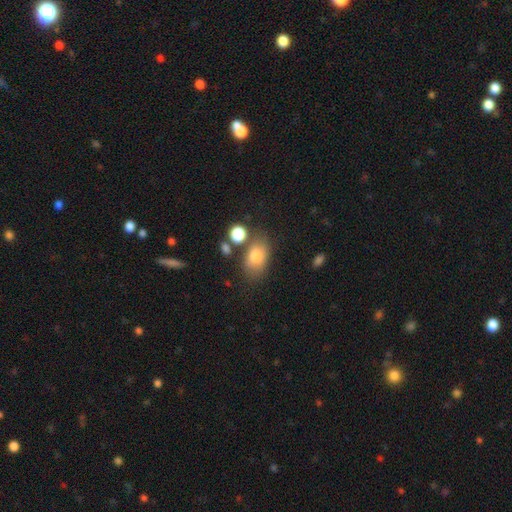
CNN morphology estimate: Q: Smooth or featured?
A: smooth (78%); runner-up: featured or disk (13%)
Q: How rounded?
A: in between (84%); runner-up: round (15%)
Q: Merging?
A: none (63%); runner-up: minor disturbance (20%)